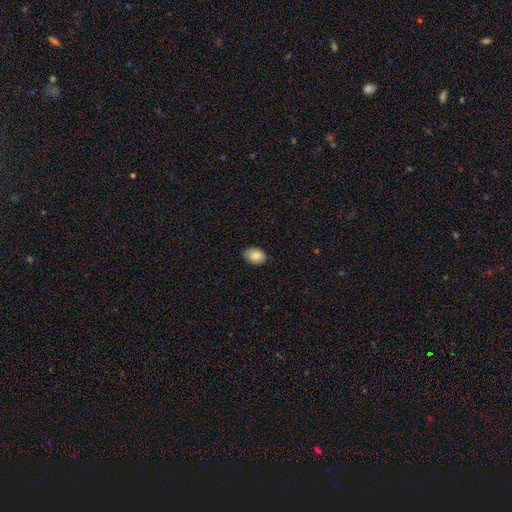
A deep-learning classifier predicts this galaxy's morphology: A smooth galaxy with no disk features (85%) that is in between round and cigar-shaped (77%). Merging: none (86%).